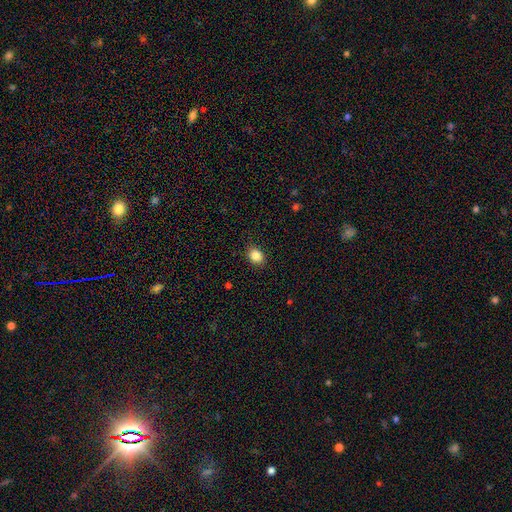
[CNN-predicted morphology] Q: Smooth or featured?
A: smooth (86%); runner-up: star or artifact (10%)
Q: How rounded?
A: in between (53%); runner-up: round (47%)
Q: Merging?
A: none (89%); runner-up: minor disturbance (8%)